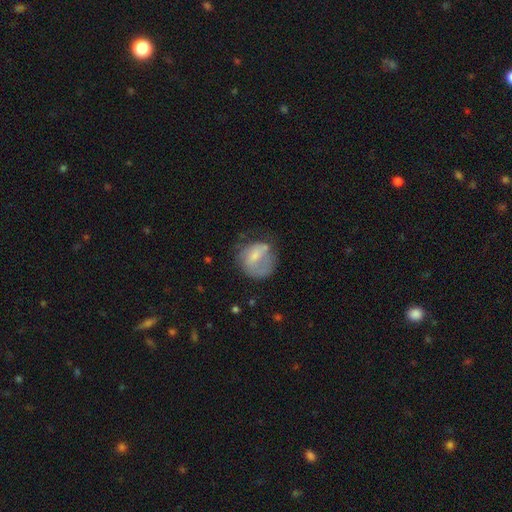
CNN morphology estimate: Smooth or featured?
  - smooth: 57% *
  - featured or disk: 35%
  - star or artifact: 8%
How rounded?
  - round: 72% *
  - in between: 27%
  - cigar-shaped: 1%
Merging?
  - none: 39% *
  - major disturbance: 30%
  - minor disturbance: 27%
  - merger: 5%